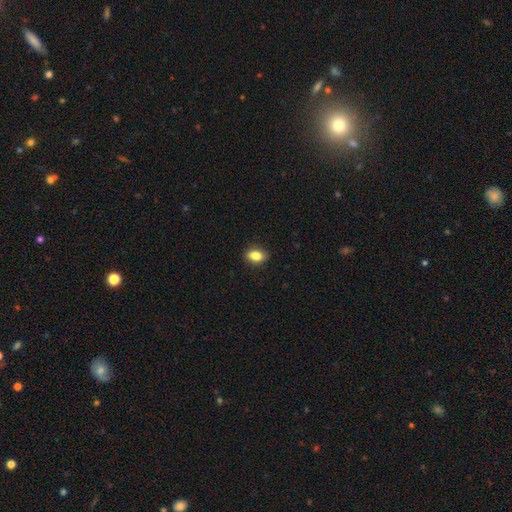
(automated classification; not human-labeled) The model was most divided on "how rounded": in between: 80%, round: 16%, cigar-shaped: 3%. More confident: merging — none (87%); smooth or featured — smooth (83%).